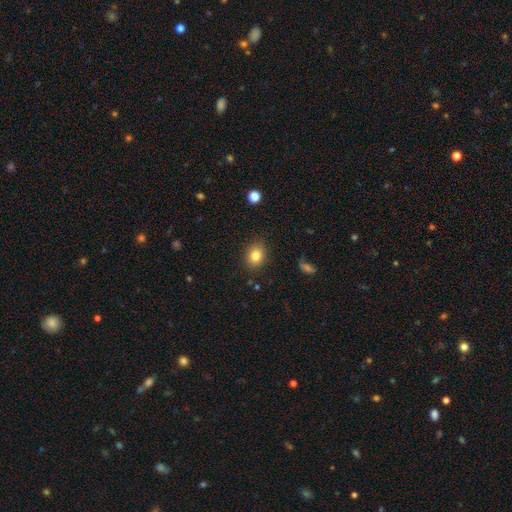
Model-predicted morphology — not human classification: The model was most divided on "how rounded": in between: 53%, round: 46%, cigar-shaped: 1%. More confident: merging — none (86%); smooth or featured — smooth (82%).